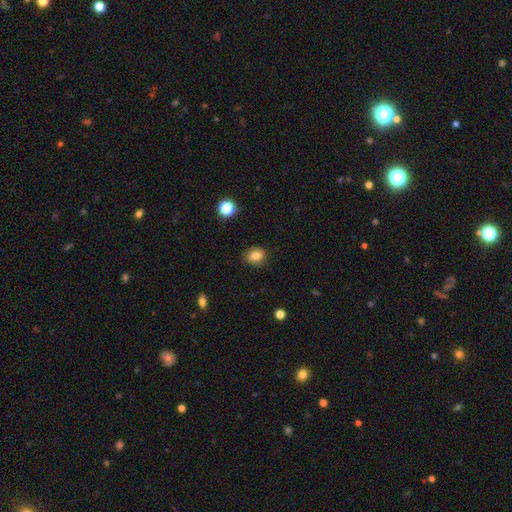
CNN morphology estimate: Smooth or featured? Predicted: smooth (p=0.81). How rounded? Predicted: in between (p=0.50). Merging? Predicted: none (p=0.86).